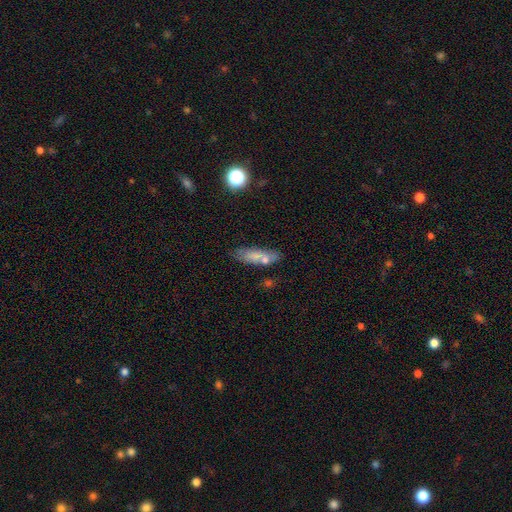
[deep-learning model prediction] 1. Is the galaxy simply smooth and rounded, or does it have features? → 67% smooth, 22% featured or disk, 10% star or artifact.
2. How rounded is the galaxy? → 51% in between, 46% cigar-shaped, 4% round.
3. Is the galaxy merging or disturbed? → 63% none, 18% minor disturbance, 14% merger, 5% major disturbance.